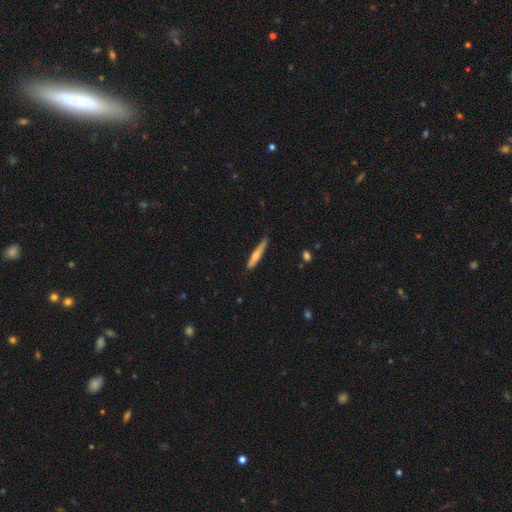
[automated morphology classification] smooth 47% (tied), featured or disk 47% (tied), star or artifact 6%. Down the decision tree: merging — none (84%).